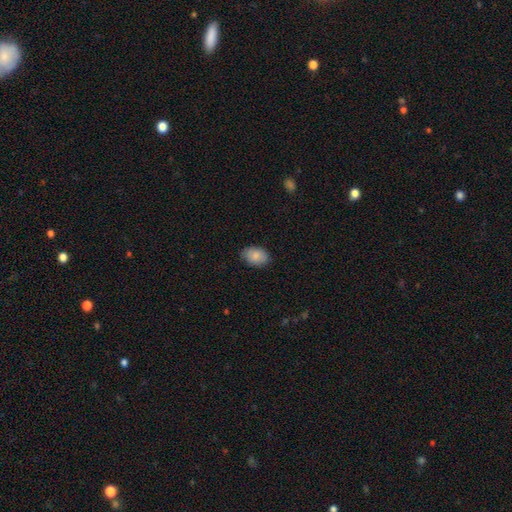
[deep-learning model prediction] This is clearly a smooth galaxy (86%). How rounded: clearly in between (83%). Merging: clearly none (84%).